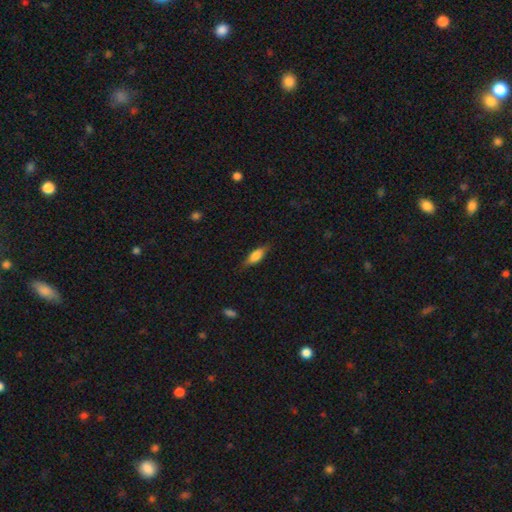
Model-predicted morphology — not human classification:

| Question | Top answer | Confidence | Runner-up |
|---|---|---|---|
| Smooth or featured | smooth | 74% | featured or disk (19%) |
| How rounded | in between | 63% | cigar-shaped (35%) |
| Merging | none | 77% | minor disturbance (18%) |